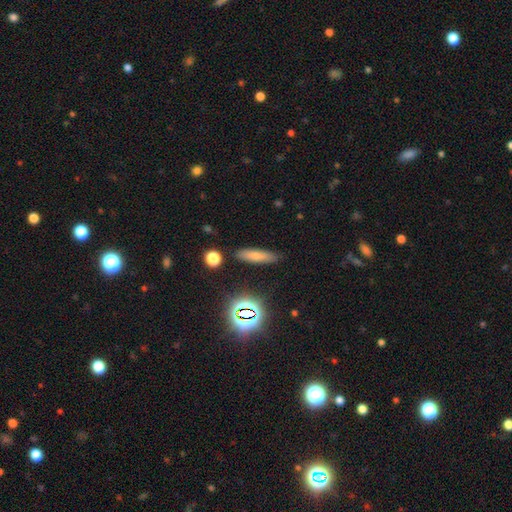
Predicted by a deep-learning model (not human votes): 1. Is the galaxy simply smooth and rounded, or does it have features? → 71% smooth, 15% featured or disk, 14% star or artifact.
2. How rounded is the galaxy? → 68% cigar-shaped, 28% in between, 4% round.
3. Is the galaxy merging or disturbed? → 84% none, 11% minor disturbance, 3% major disturbance, 2% merger.